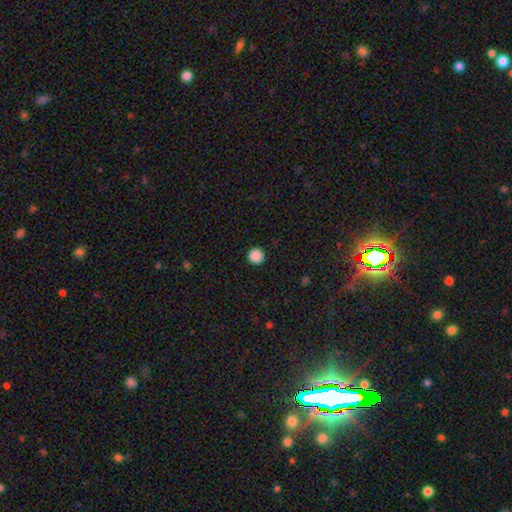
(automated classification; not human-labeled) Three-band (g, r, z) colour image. It shows a smooth galaxy with no disk features (88%) that is round (97%). Merging: none (93%).